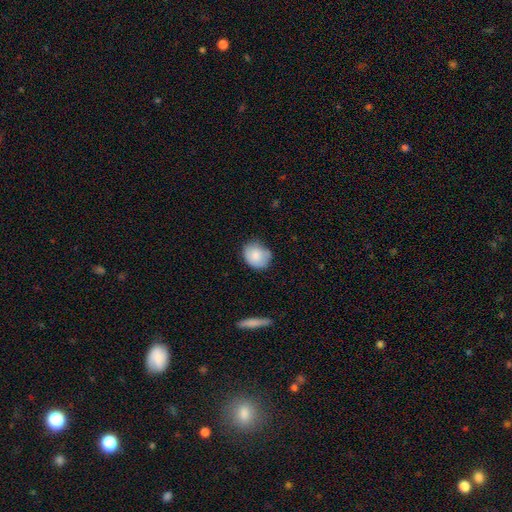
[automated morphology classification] Smooth or featured? Predicted: smooth (p=0.82). How rounded? Predicted: round (p=0.58). Merging? Predicted: none (p=0.70).